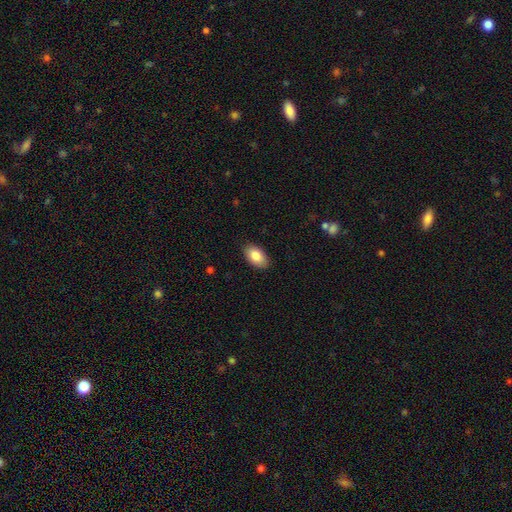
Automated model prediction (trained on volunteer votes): This appears to be a smooth galaxy with no disk features (85%) that is in between round and cigar-shaped (94%). Merging: none (88%).